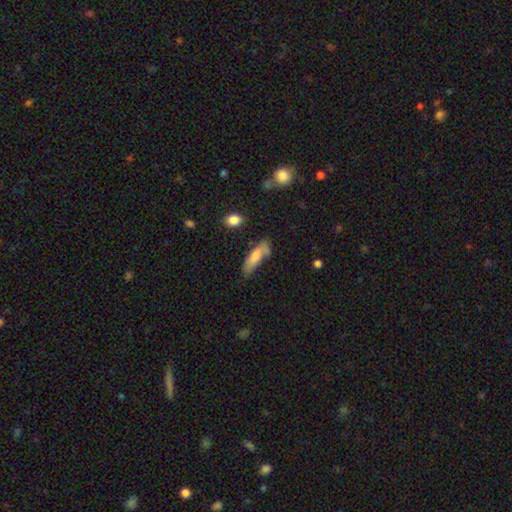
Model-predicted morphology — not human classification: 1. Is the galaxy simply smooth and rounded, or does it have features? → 72% smooth, 21% featured or disk, 7% star or artifact.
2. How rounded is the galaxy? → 51% in between, 47% cigar-shaped, 2% round.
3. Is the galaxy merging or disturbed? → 54% none, 30% minor disturbance, 10% major disturbance, 6% merger.